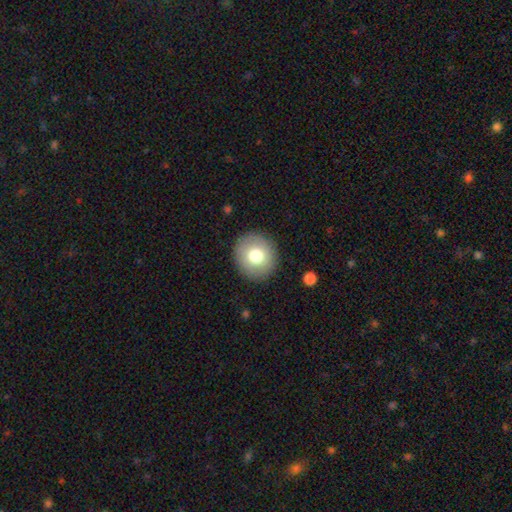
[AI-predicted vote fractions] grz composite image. It shows a smooth galaxy with no disk features (75%) that is round (90%). Merging: none (91%).